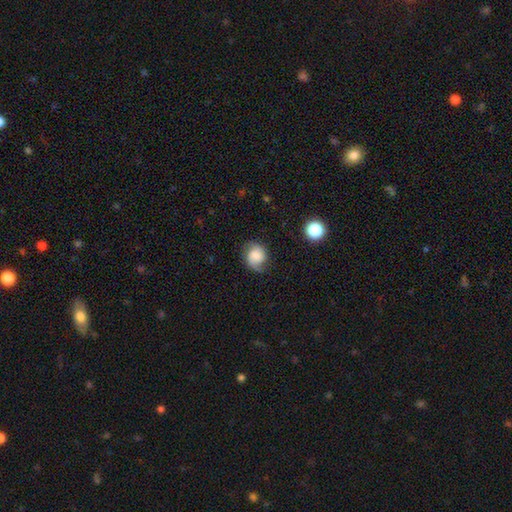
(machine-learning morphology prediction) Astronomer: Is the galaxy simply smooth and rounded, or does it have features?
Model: smooth — 53% (runner-up: featured or disk, 36%).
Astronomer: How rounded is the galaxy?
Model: round — 70%.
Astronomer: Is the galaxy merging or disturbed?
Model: none — 65%.